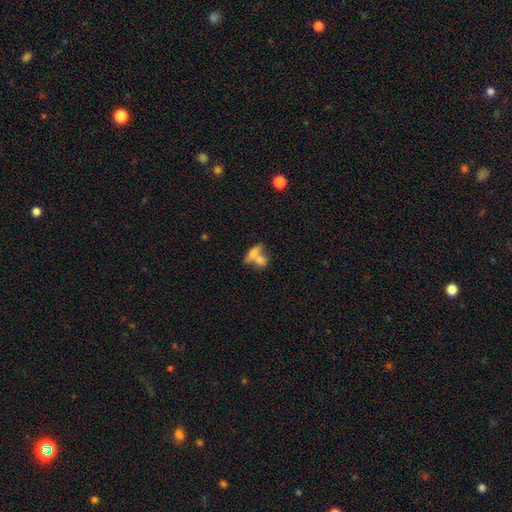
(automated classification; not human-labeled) This appears to be a smooth galaxy with no disk features (67%) that is in between round and cigar-shaped (65%). Merging: merger (61%).